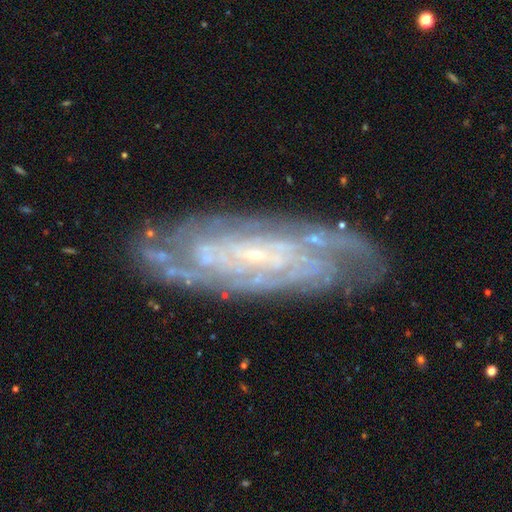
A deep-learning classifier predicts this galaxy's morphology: A featured or disk galaxy (85%) with no bar (54%), tight (74%) spiral arms (95%) and a small central bulge (81%).

Vote fractions:
- Smooth or featured? featured or disk: 85% / smooth: 8% / star or artifact: 6%
- Edge-on disk? no: 88% / yes: 12%
- Bar? no: 54% / weak: 32% / strong: 14%
- Spiral arms? yes: 95% / no: 5%
- Spiral winding? tight: 74% / medium: 22% / loose: 4%
- Spiral arm count? can't tell: 42% / 2: 15% / 4: 14% / 3: 12% / more than 4: 10% / 1: 6%
- Bulge size? small: 81% / moderate: 10% / none: 7% / large: 1% / dominant: 1%
- Merging? none: 78% / minor disturbance: 15% / major disturbance: 5% / merger: 2%